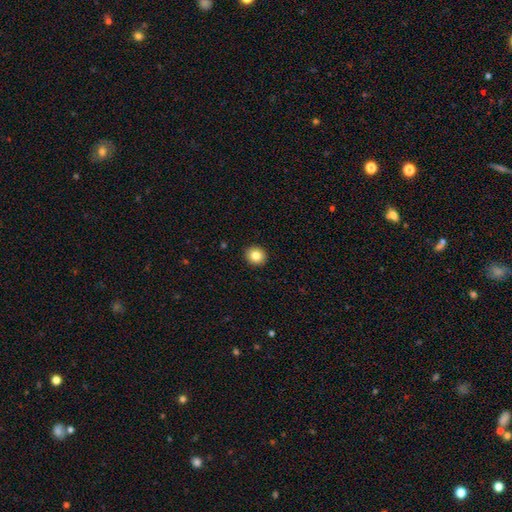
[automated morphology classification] smooth 84%, star or artifact 9%, featured or disk 7%. Down the decision tree: how rounded — round (82%); merging — none (92%).